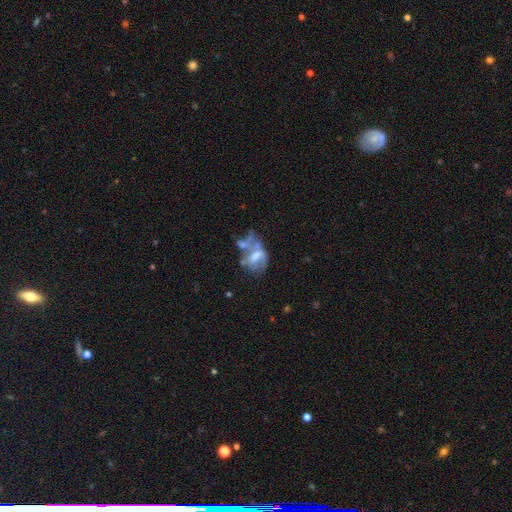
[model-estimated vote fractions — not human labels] Q: Smooth or featured?
A: featured or disk (55%); runner-up: smooth (34%)
Q: Edge-on disk?
A: no (96%); runner-up: yes (4%)
Q: Bar?
A: no (61%); runner-up: weak (28%)
Q: Spiral arms?
A: no (80%); runner-up: yes (20%)
Q: Bulge size?
A: moderate (51%); runner-up: small (19%)
Q: Merging?
A: merger (35%); runner-up: major disturbance (26%)